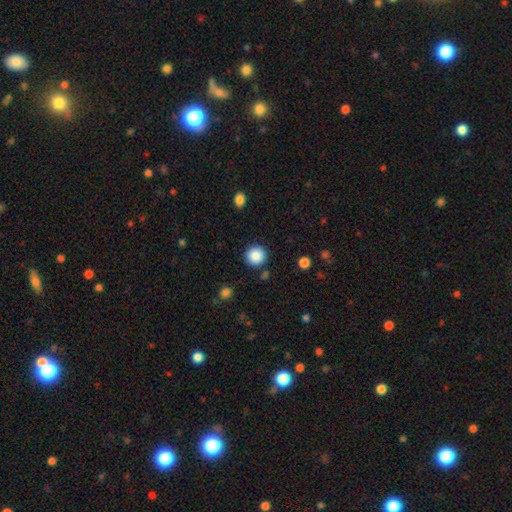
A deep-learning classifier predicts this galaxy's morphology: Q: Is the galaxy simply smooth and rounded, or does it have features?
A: smooth — 88%.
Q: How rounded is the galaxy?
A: round — 95%.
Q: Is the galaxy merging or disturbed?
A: none — 89%.